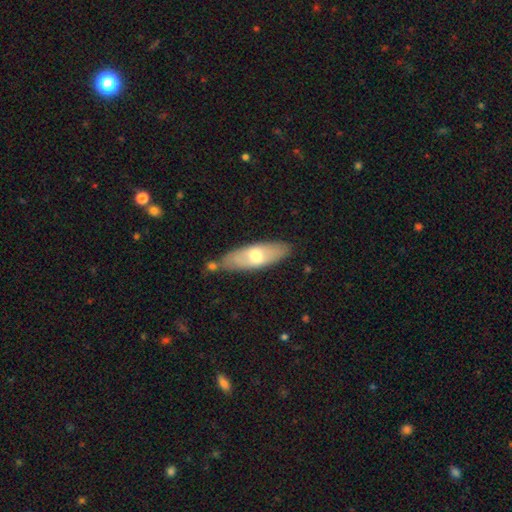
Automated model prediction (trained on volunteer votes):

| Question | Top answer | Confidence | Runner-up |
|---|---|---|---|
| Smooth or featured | smooth | 57% | featured or disk (38%) |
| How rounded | in between | 60% | cigar-shaped (38%) |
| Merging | none | 73% | minor disturbance (16%) |